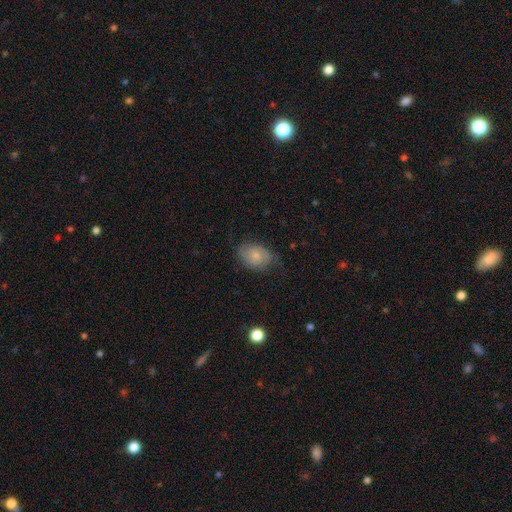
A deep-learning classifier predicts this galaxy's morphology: Smooth or featured?
  - smooth: 54% *
  - featured or disk: 38%
  - star or artifact: 8%
How rounded?
  - in between: 67% *
  - round: 31%
  - cigar-shaped: 1%
Merging?
  - none: 64% *
  - minor disturbance: 26%
  - major disturbance: 9%
  - merger: 1%